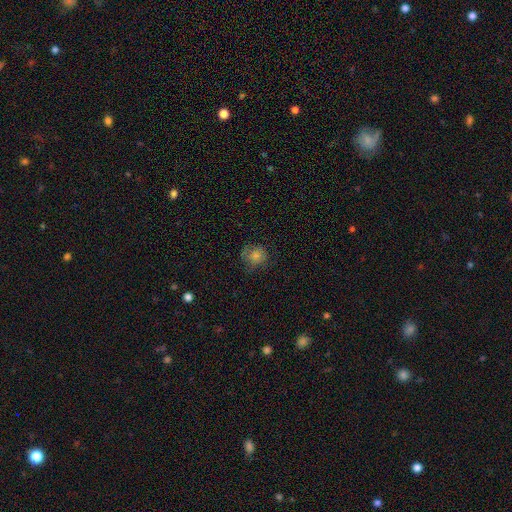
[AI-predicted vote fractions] Morphology: type=smooth (61%); roundness=round (86%); merging=none (69%).